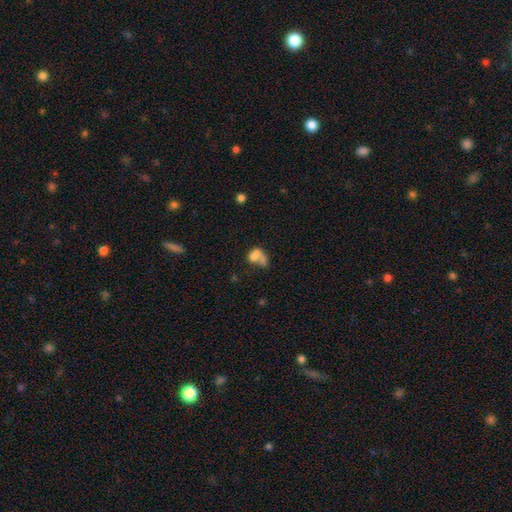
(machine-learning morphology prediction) type=smooth (64%); roundness=in between (76%); merging=merger (51%).